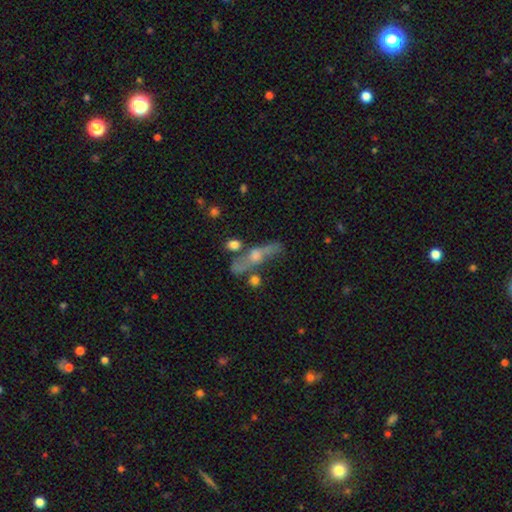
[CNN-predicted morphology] This is likely a featured or disk galaxy (63%). It is likely viewed edge-on (62%). Merging: possibly none (52%).